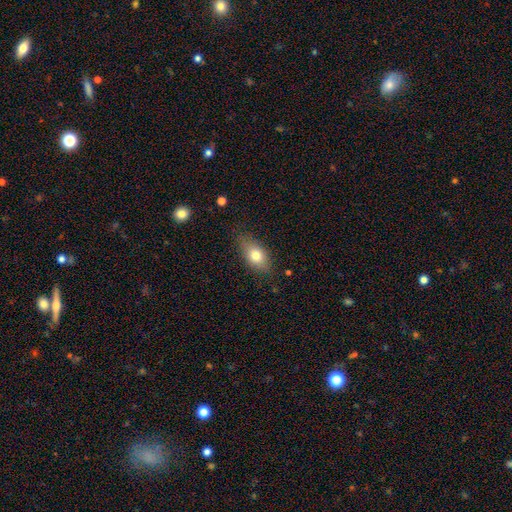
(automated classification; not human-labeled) Smooth or featured? smooth (76%)
How rounded? in between (84%)
Merging? none (79%)